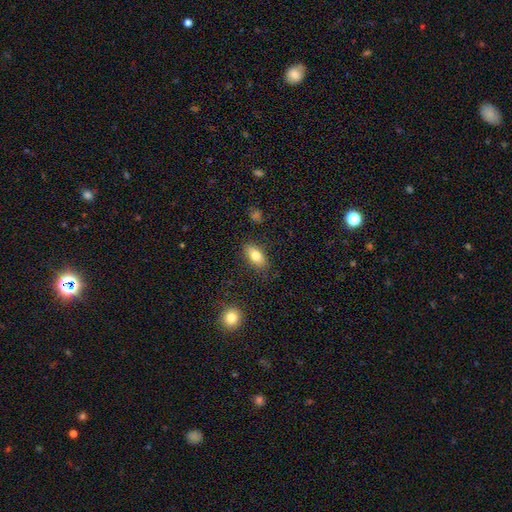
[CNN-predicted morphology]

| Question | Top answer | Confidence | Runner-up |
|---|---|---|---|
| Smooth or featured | smooth | 80% | featured or disk (13%) |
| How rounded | in between | 87% | cigar-shaped (7%) |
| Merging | none | 84% | minor disturbance (12%) |